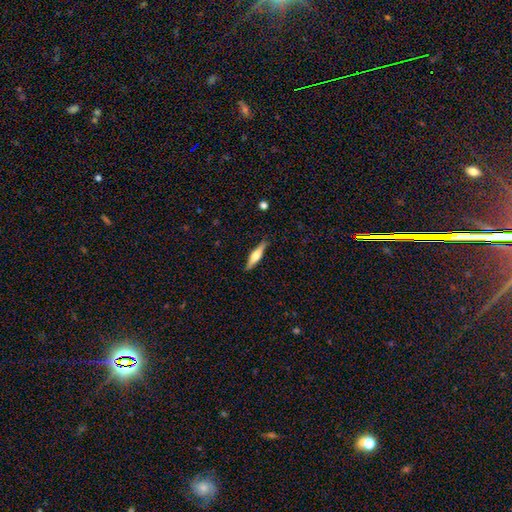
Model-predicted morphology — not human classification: Overall: featured or disk (54%; smooth 41%). Edge-on disk: yes (96%). Edge-on bulge: rounded (86%). Merging: none (88%).